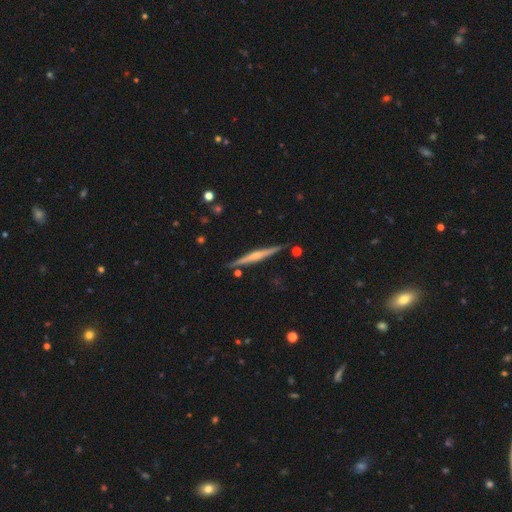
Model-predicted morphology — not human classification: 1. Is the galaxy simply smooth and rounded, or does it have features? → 72% featured or disk, 22% smooth, 6% star or artifact.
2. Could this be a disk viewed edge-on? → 98% yes, 2% no.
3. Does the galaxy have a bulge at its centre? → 67% rounded, 22% none, 11% boxy.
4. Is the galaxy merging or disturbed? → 88% none, 8% minor disturbance, 2% merger, 2% major disturbance.